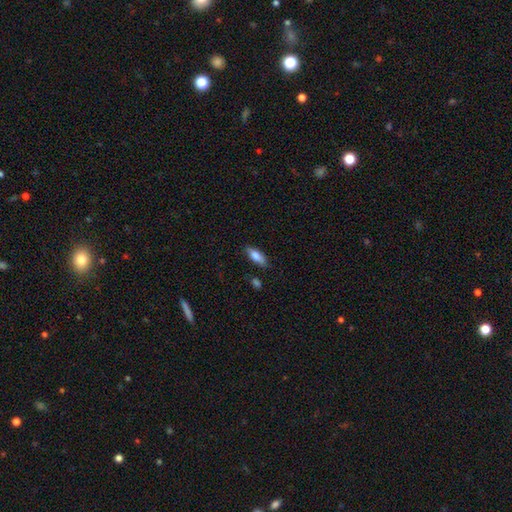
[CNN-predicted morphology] A smooth galaxy with no disk features (76%) that is in between round and cigar-shaped (68%). Merging: none (80%).